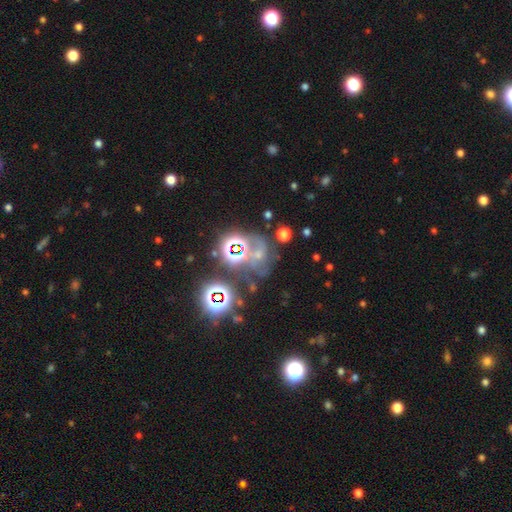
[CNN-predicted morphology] Smooth or featured: star or artifact — 45% (featured or disk — 28%)